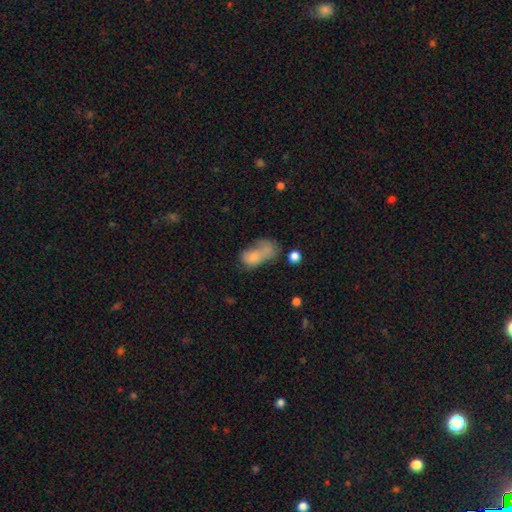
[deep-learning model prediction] The model was most divided on "merging": merger: 37%, major disturbance: 26%, none: 20%, minor disturbance: 17%. More confident: how rounded — in between (82%); smooth or featured — smooth (67%).